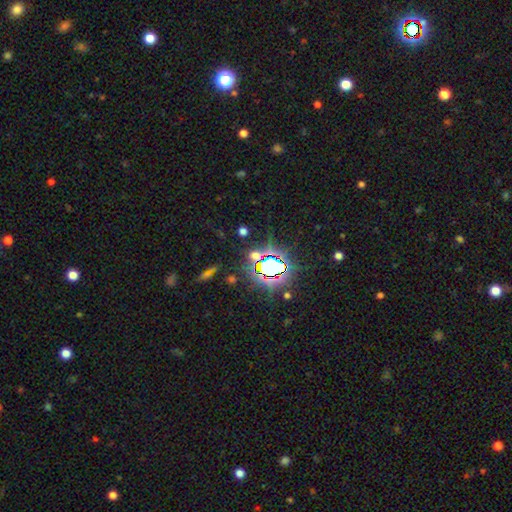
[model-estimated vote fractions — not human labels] The model was most divided on "smooth or featured": star or artifact: 72%, smooth: 19%, featured or disk: 9%.